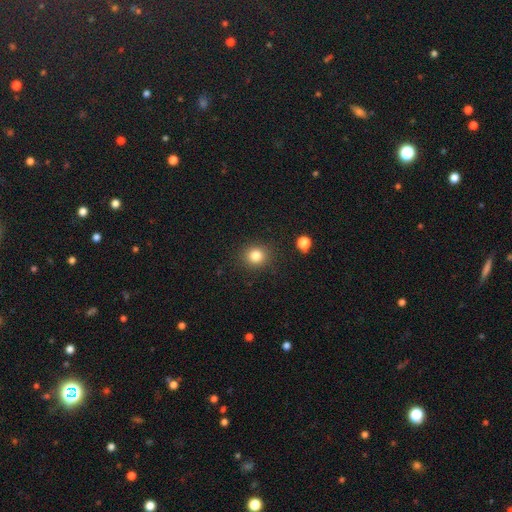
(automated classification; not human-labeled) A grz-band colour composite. It shows a smooth galaxy with no disk features (82%) that is round (86%). Merging: none (89%).